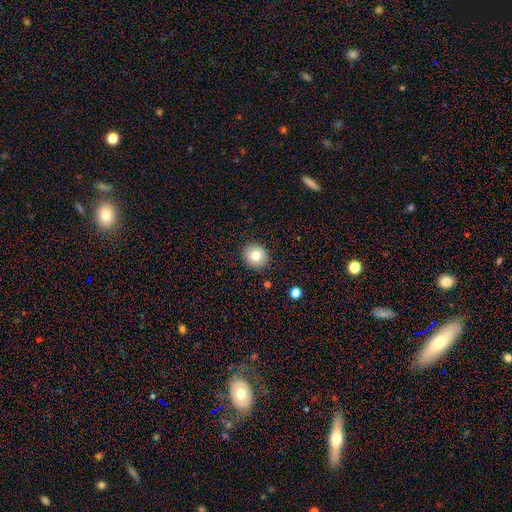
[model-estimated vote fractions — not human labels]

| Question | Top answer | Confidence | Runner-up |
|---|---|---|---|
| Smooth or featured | smooth | 79% | featured or disk (11%) |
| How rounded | round | 88% | in between (11%) |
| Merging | none | 91% | minor disturbance (6%) |